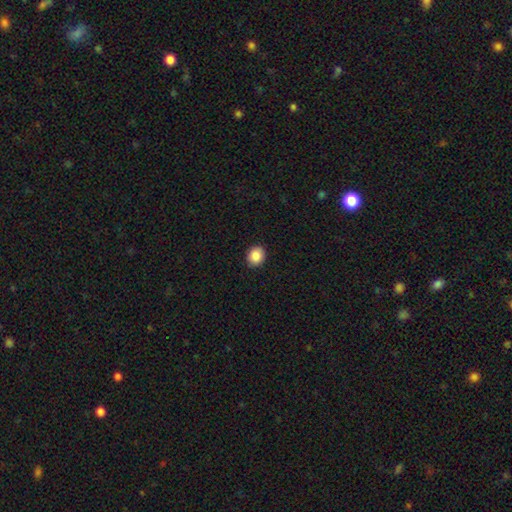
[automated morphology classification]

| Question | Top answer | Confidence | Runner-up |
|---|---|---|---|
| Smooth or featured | smooth | 88% | star or artifact (8%) |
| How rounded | round | 68% | in between (32%) |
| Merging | none | 91% | minor disturbance (6%) |